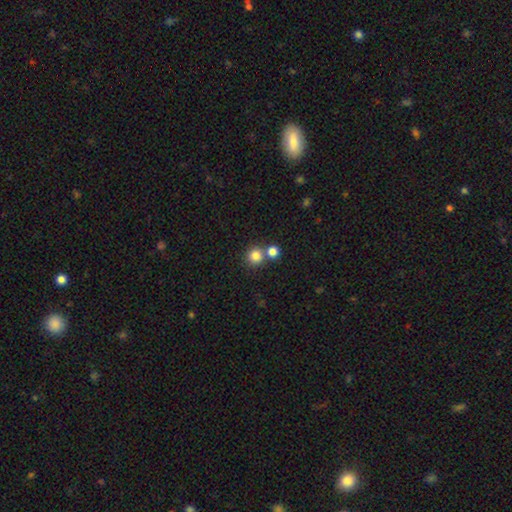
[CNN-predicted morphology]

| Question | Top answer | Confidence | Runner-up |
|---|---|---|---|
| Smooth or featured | smooth | 82% | star or artifact (12%) |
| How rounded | round | 92% | in between (7%) |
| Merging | none | 64% | merger (28%) |